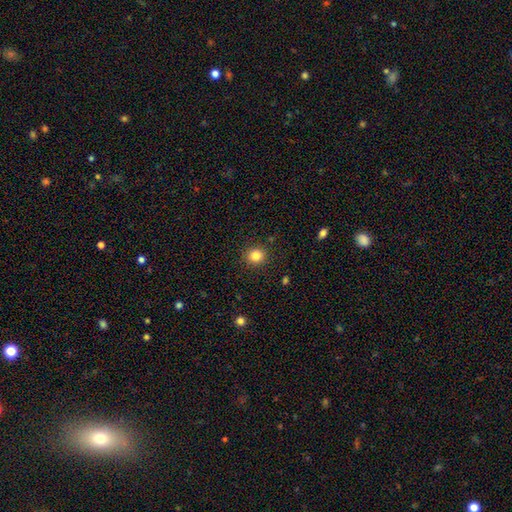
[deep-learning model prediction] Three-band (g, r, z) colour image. It shows a smooth galaxy with no disk features (84%) that is round (88%). Merging: none (90%).